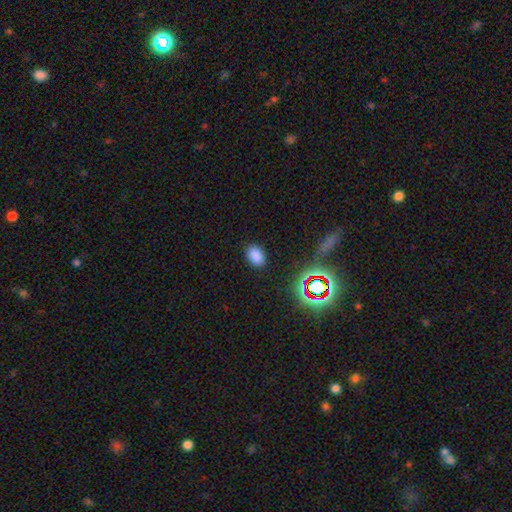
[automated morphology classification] The model was most divided on "smooth or featured": smooth: 81%, star or artifact: 15%, featured or disk: 4%. More confident: merging — none (86%); how rounded — in between (85%).